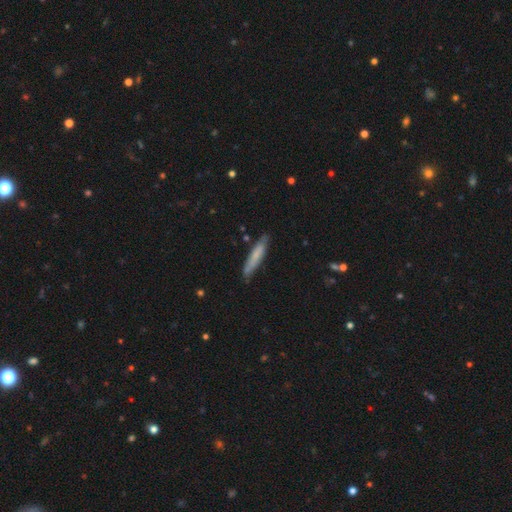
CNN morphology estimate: Smooth or featured: smooth — 67% (featured or disk — 27%)
How rounded: cigar-shaped — 89% (in between — 9%)
Merging: none — 80% (minor disturbance — 16%)